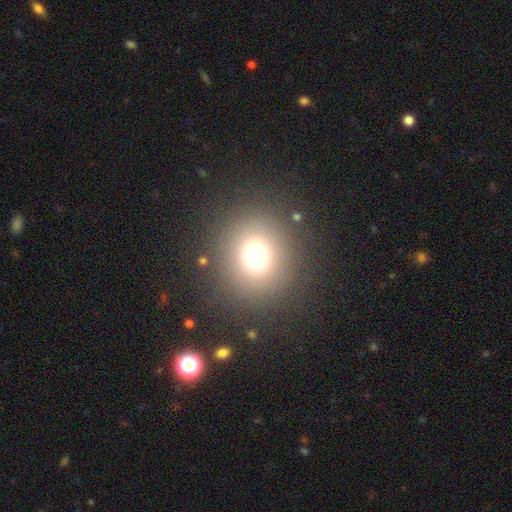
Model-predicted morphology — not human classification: Smooth or featured? Predicted: smooth (p=0.73). How rounded? Predicted: round (p=0.88). Merging? Predicted: none (p=0.87).